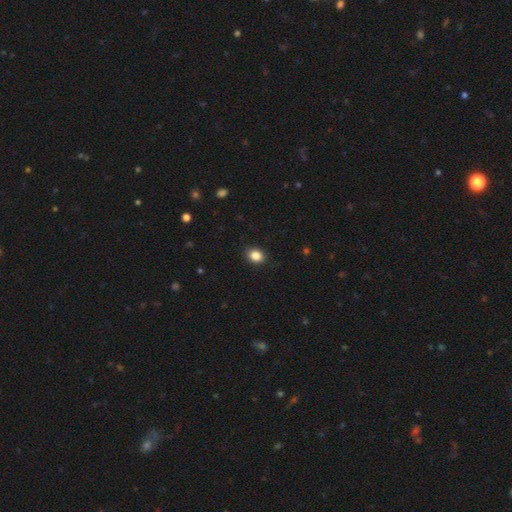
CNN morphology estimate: This appears to be a smooth galaxy with no disk features (86%) that is in between round and cigar-shaped (53%). Merging: none (89%).